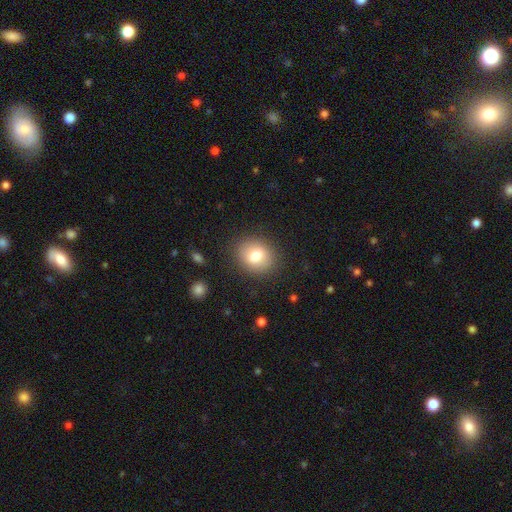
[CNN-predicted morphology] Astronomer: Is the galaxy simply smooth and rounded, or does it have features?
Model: smooth — 78%.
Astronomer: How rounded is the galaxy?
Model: round — 65%.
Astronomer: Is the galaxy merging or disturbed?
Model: none — 86%.